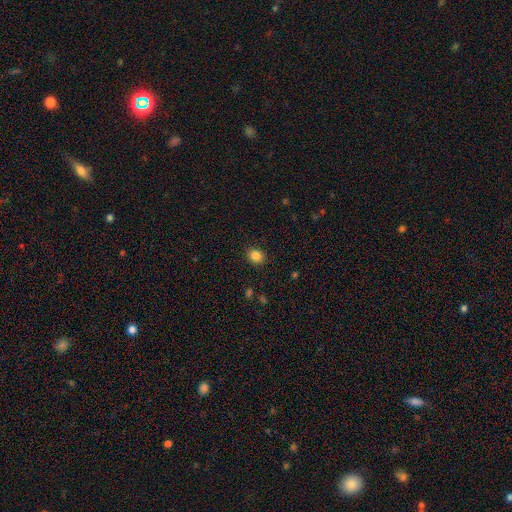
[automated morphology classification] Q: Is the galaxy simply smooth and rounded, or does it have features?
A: smooth — 85%.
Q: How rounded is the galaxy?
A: round — 65%.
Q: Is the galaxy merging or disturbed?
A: none — 89%.